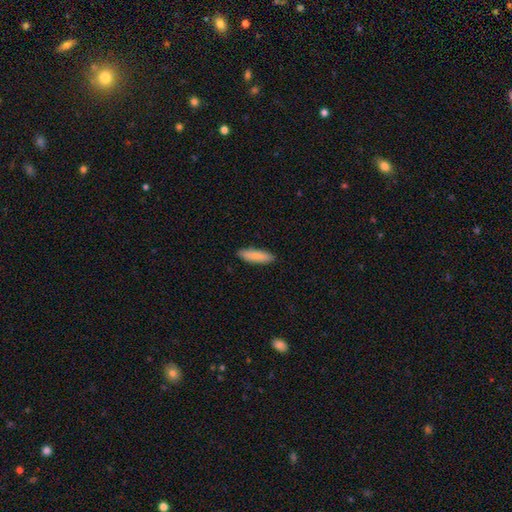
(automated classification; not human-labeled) smooth_or_featured: smooth (p=0.87) [alt: featured or disk p=0.08]
how_rounded: cigar-shaped (p=0.62) [alt: in between p=0.37]
merging: none (p=0.89) [alt: minor disturbance p=0.08]